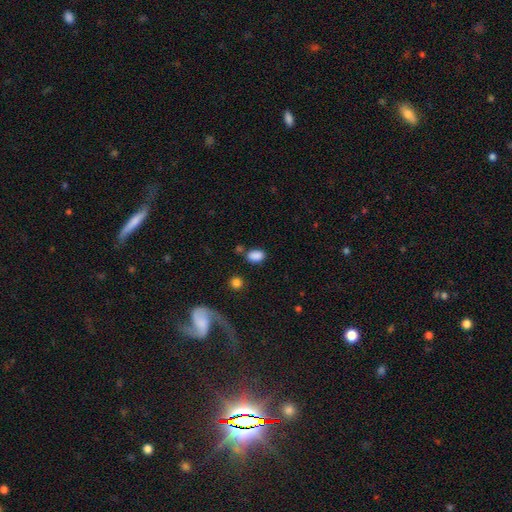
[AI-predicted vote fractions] Morphology: type=smooth (86%); roundness=in between (83%); merging=none (68%).